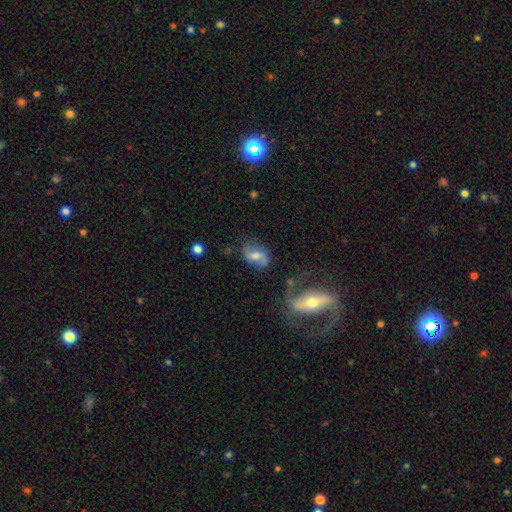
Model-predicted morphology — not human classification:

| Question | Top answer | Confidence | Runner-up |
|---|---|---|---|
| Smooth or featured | featured or disk | 59% | smooth (32%) |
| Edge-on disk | no | 95% | yes (5%) |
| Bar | weak | 44% | no (39%) |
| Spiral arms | yes | 86% | no (14%) |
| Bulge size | moderate | 57% | small (29%) |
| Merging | none | 66% | minor disturbance (20%) |